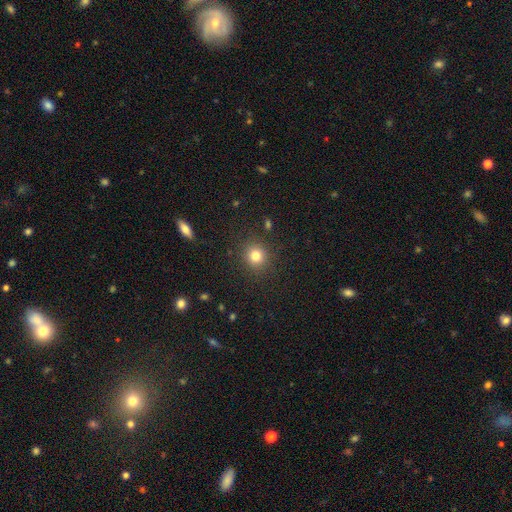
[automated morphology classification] Overall: smooth (80%). How rounded: round (88%). Merging: none (88%).